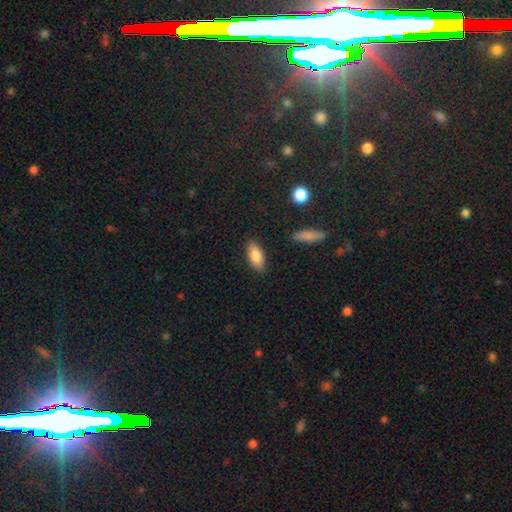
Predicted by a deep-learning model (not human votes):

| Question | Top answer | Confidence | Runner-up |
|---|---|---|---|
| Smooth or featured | smooth | 82% | featured or disk (11%) |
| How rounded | in between | 81% | cigar-shaped (17%) |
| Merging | none | 86% | minor disturbance (10%) |